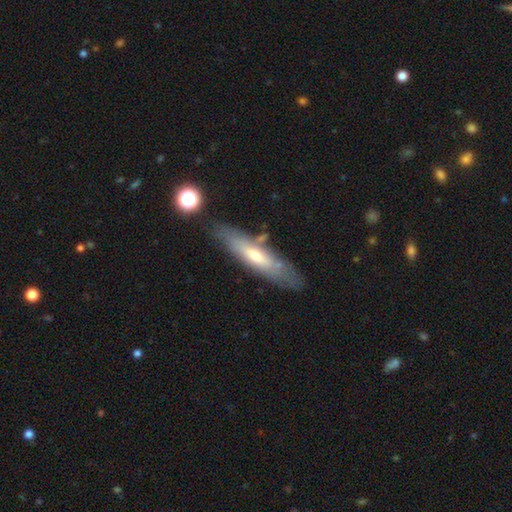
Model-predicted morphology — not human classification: Smooth or featured?
  - featured or disk: 48% *
  - smooth: 45%
  - star or artifact: 7%
Merging?
  - none: 73% *
  - minor disturbance: 17%
  - merger: 5%
  - major disturbance: 5%